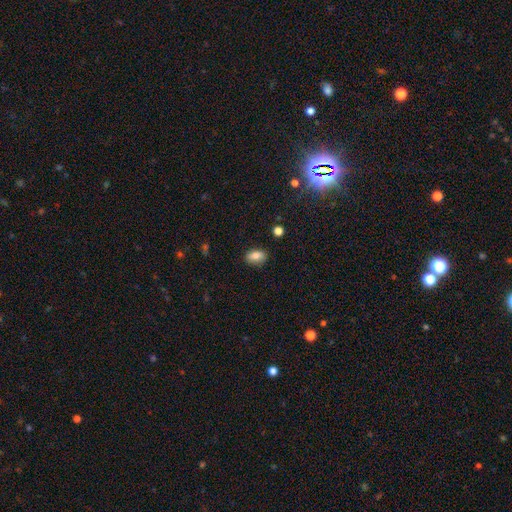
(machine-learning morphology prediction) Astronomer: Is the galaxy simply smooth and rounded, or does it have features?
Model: smooth — 83%.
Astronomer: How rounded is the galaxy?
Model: in between — 86%.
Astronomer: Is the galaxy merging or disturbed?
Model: none — 86%.